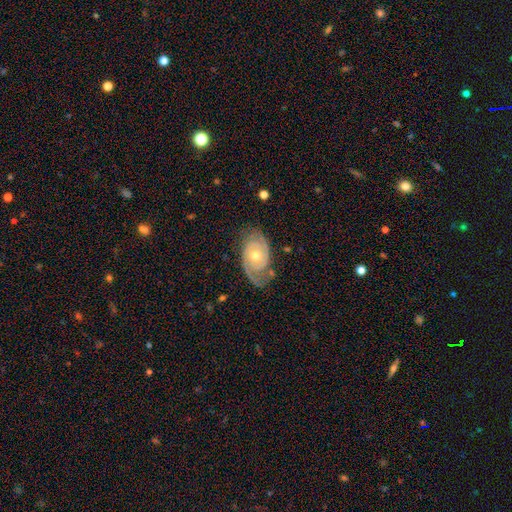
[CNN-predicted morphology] Q: Smooth or featured?
A: featured or disk (87%); runner-up: smooth (7%)
Q: Edge-on disk?
A: no (97%); runner-up: yes (3%)
Q: Bar?
A: no (75%); runner-up: weak (20%)
Q: Spiral arms?
A: yes (97%); runner-up: no (3%)
Q: Spiral winding?
A: tight (64%); runner-up: medium (29%)
Q: Spiral arm count?
A: 2 (84%); runner-up: can't tell (7%)
Q: Bulge size?
A: moderate (60%); runner-up: small (36%)
Q: Merging?
A: none (76%); runner-up: minor disturbance (16%)